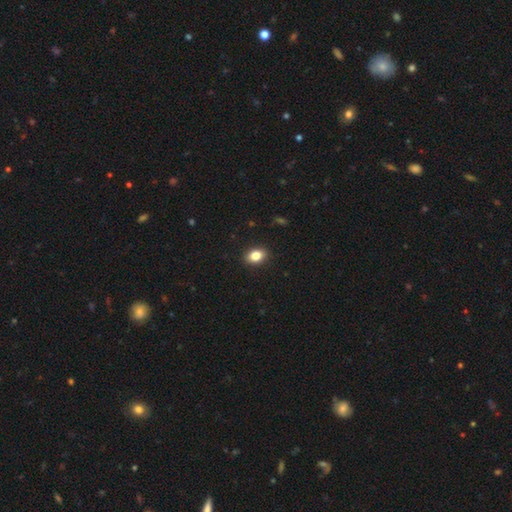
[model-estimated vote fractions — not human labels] Smooth or featured? smooth (84%)
How rounded? in between (76%)
Merging? none (90%)